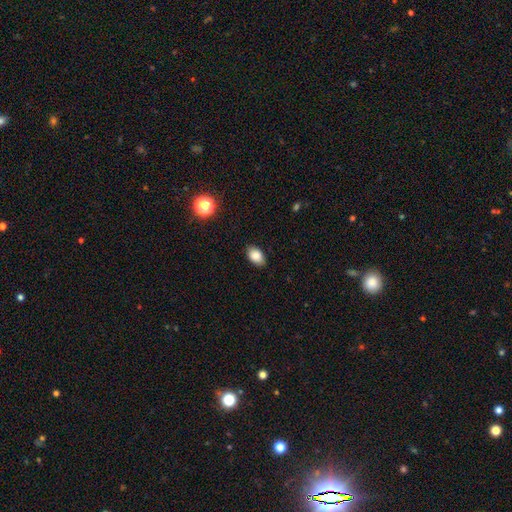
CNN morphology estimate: Smooth or featured: smooth — 86% (star or artifact — 9%)
How rounded: in between — 86% (round — 13%)
Merging: none — 85% (minor disturbance — 11%)